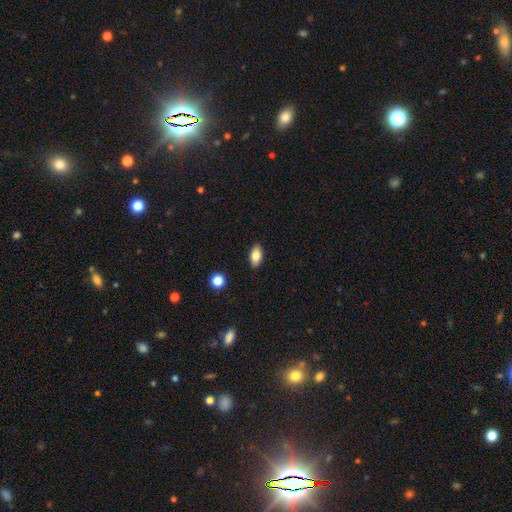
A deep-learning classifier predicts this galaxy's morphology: A smooth galaxy with no disk features (82%) that is in between round and cigar-shaped (91%). Merging: none (89%).